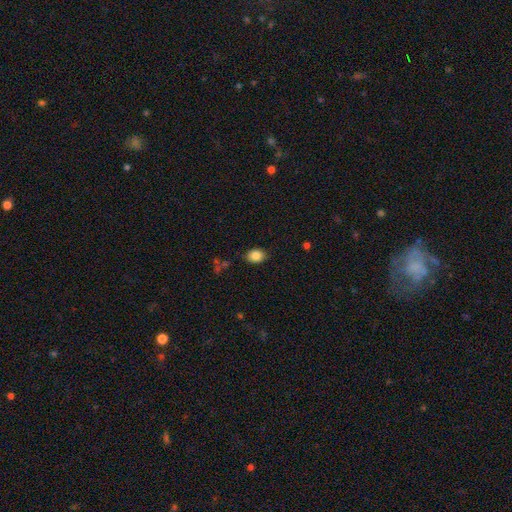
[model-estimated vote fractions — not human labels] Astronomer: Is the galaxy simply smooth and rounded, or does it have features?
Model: smooth — 85%.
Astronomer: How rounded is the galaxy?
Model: in between — 64%.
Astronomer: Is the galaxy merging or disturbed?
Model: none — 84%.